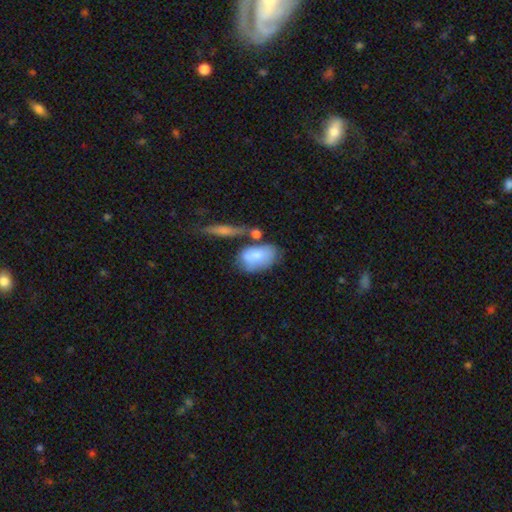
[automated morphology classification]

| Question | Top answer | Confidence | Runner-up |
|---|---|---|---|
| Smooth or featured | smooth | 72% | featured or disk (22%) |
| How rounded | in between | 90% | round (7%) |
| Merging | none | 43% | merger (26%) |